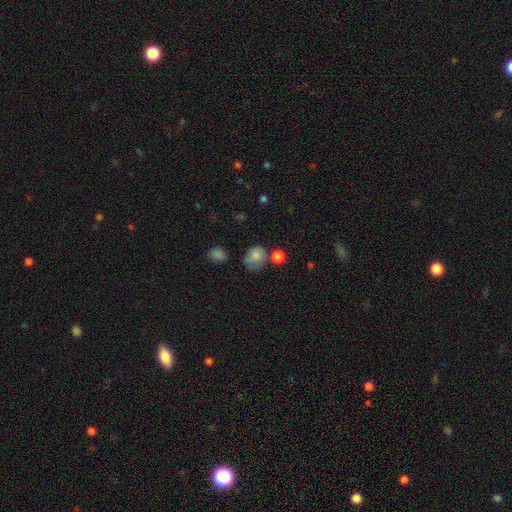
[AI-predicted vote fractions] This is likely a smooth galaxy (79%). How rounded: possibly round (59%). Merging: possibly none (48%).